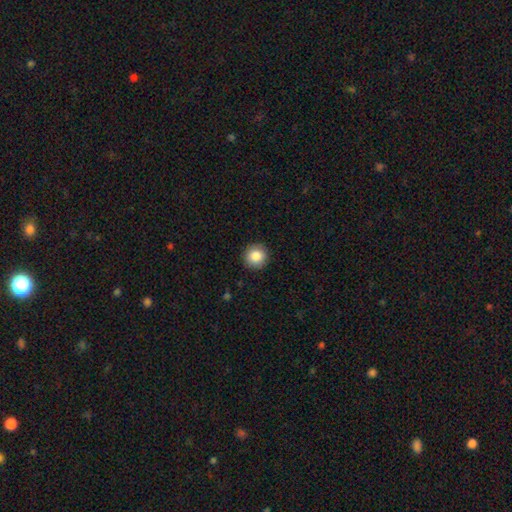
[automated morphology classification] smooth_or_featured: smooth (p=0.85) [alt: star or artifact p=0.09]
how_rounded: round (p=0.95) [alt: in between p=0.04]
merging: none (p=0.92) [alt: minor disturbance p=0.06]